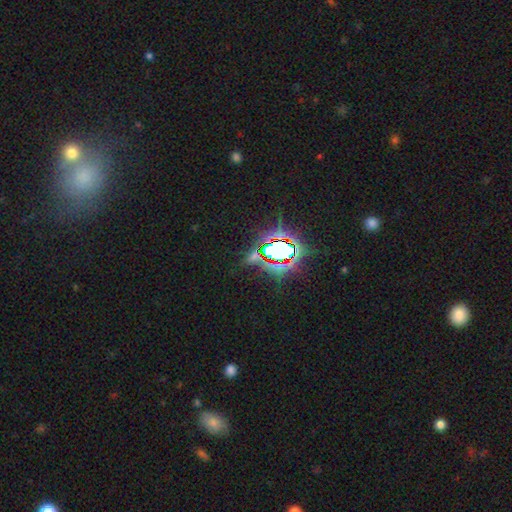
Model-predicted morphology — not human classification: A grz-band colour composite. It shows a star or artifact, not a galaxy (73%).